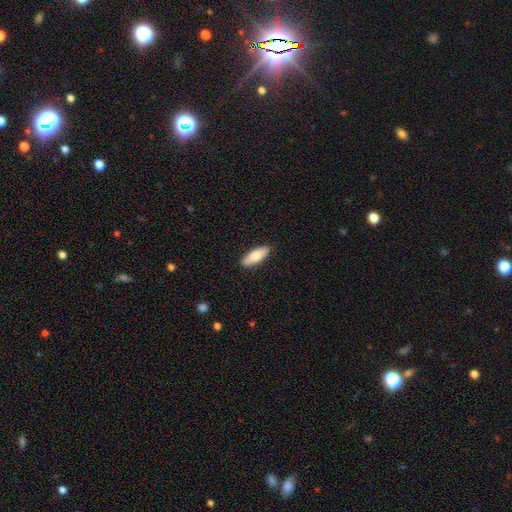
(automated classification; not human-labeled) Smooth or featured: smooth — 81% (featured or disk — 14%)
How rounded: in between — 71% (cigar-shaped — 27%)
Merging: none — 89% (minor disturbance — 9%)